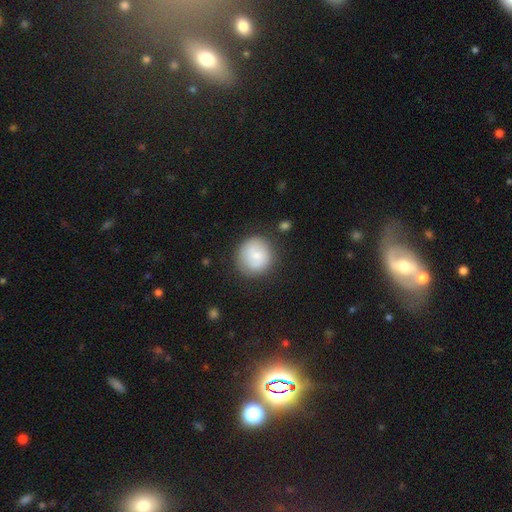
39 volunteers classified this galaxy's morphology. This is likely a smooth galaxy (74%). How rounded: clearly round (100%). Merging: likely none (78%).